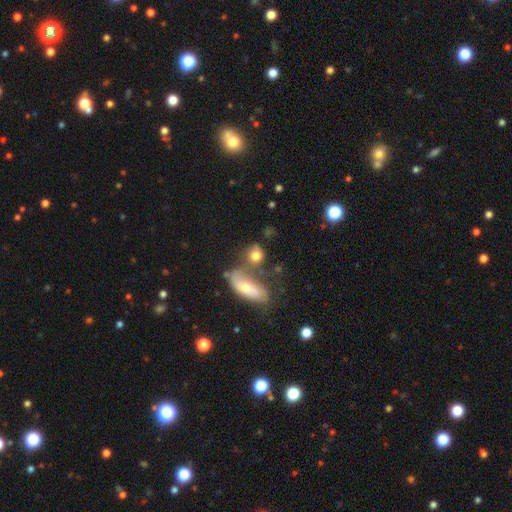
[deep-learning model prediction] This appears to be a smooth galaxy with no disk features (68%) that is round (54%). Merging: merger (39%).